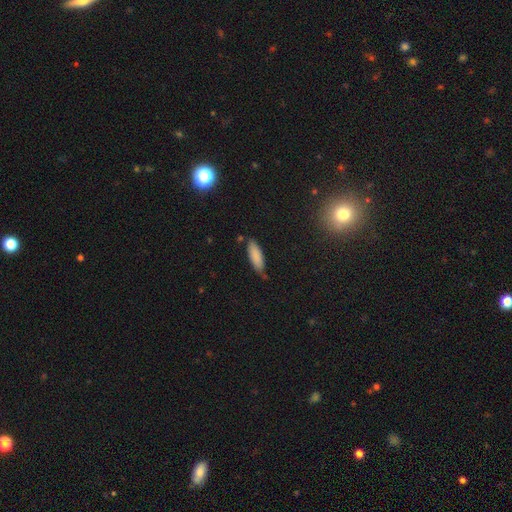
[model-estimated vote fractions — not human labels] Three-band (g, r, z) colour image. It shows a smooth galaxy with no disk features (85%) that is in between round and cigar-shaped (53%). Merging: none (71%).